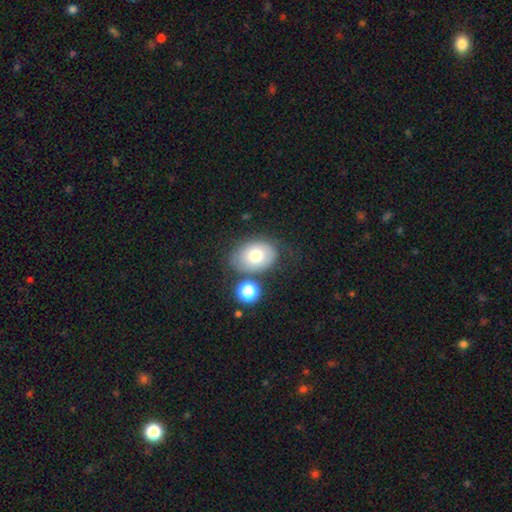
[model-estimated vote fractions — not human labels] smooth_or_featured: smooth (p=0.73) [alt: featured or disk p=0.18]
how_rounded: in between (p=0.74) [alt: round p=0.25]
merging: none (p=0.68) [alt: minor disturbance p=0.17]